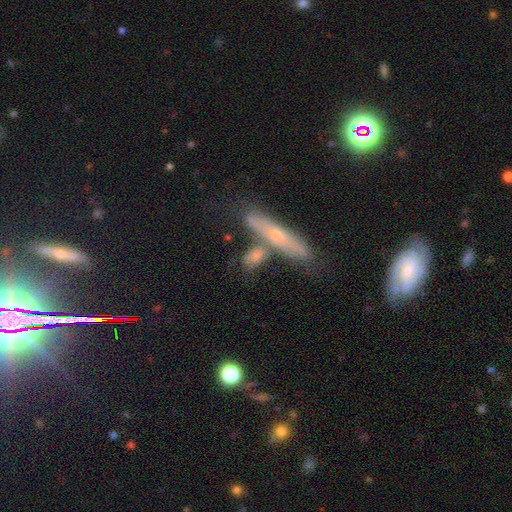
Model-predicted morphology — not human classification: smooth-or-featured: smooth: 61% | featured or disk: 30% | star or artifact: 9%
  how-rounded: in between: 49% | cigar-shaped: 43% | round: 8%
  merging: none: 49% | merger: 28% | minor disturbance: 15% | major disturbance: 7%